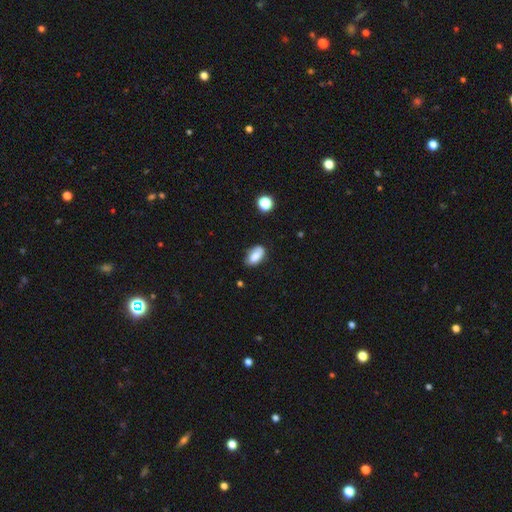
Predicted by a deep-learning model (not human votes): Smooth or featured?
  - smooth: 79% *
  - featured or disk: 13%
  - star or artifact: 8%
How rounded?
  - in between: 92% *
  - round: 5%
  - cigar-shaped: 3%
Merging?
  - none: 66% *
  - minor disturbance: 25%
  - major disturbance: 6%
  - merger: 3%